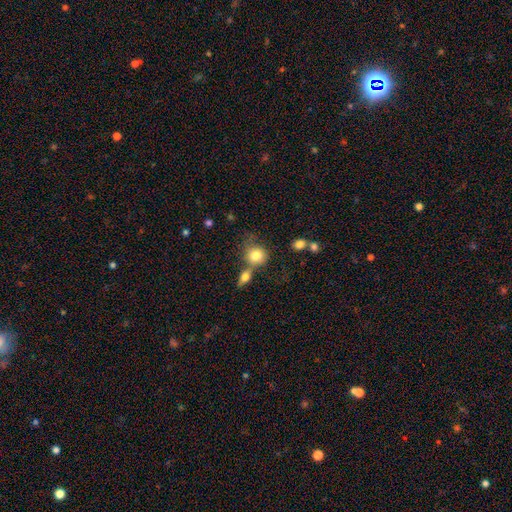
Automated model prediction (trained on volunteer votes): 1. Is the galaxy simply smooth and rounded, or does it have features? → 80% smooth, 11% featured or disk, 9% star or artifact.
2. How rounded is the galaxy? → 77% round, 22% in between, 2% cigar-shaped.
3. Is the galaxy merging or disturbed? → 47% none, 32% merger, 14% minor disturbance, 7% major disturbance.